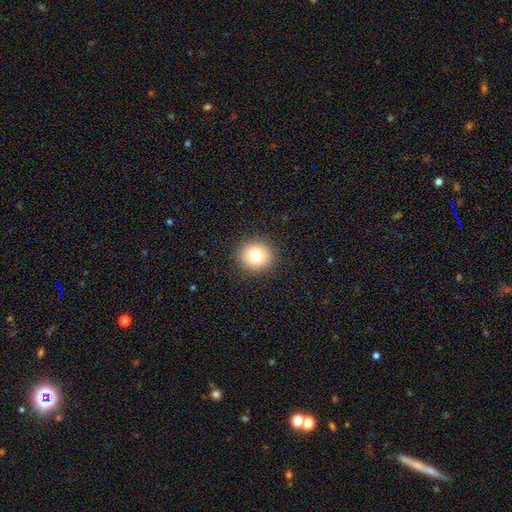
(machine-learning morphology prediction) This appears to be a smooth galaxy with no disk features (79%) that is round (86%). Merging: none (90%).